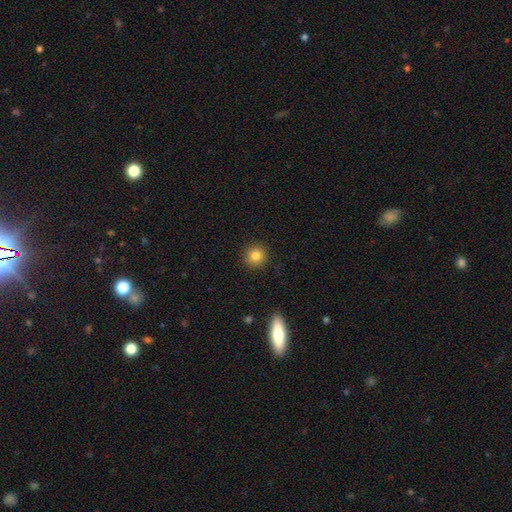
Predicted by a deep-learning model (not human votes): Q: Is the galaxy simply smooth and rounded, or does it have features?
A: smooth — 83%.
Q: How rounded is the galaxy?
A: round — 93%.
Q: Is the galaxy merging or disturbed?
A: none — 91%.